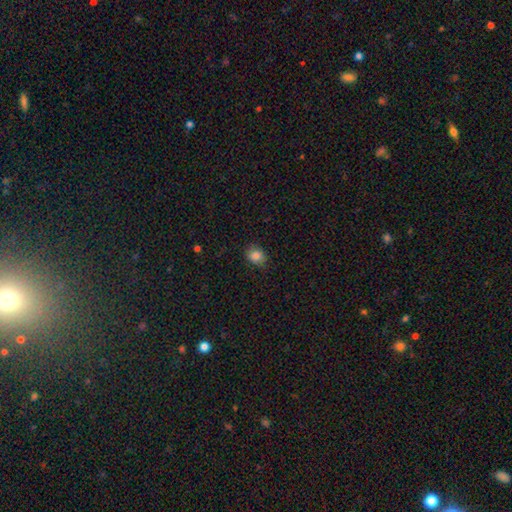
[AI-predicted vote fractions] A smooth galaxy with no disk features (84%) that is round (52%).

Vote fractions:
- Smooth or featured? smooth: 84% / star or artifact: 10% / featured or disk: 5%
- How rounded? round: 52% / in between: 47% / cigar-shaped: 1%
- Merging? none: 80% / minor disturbance: 16% / major disturbance: 3% / merger: 1%